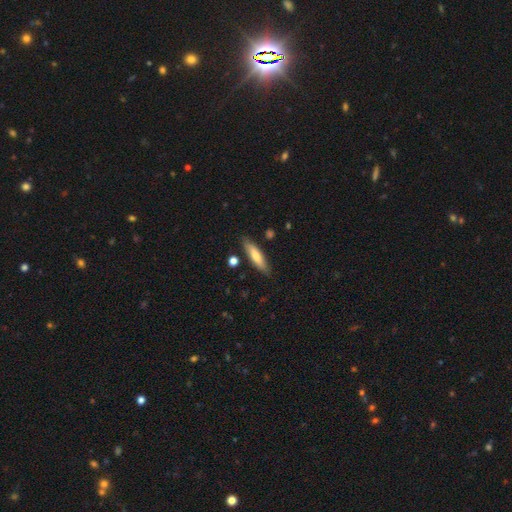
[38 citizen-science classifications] smooth_or_featured: smooth (p=0.61) [alt: featured or disk p=0.37]
how_rounded: cigar-shaped (p=0.91) [alt: in between p=0.09]
merging: none (p=0.86) [alt: minor disturbance p=0.14]